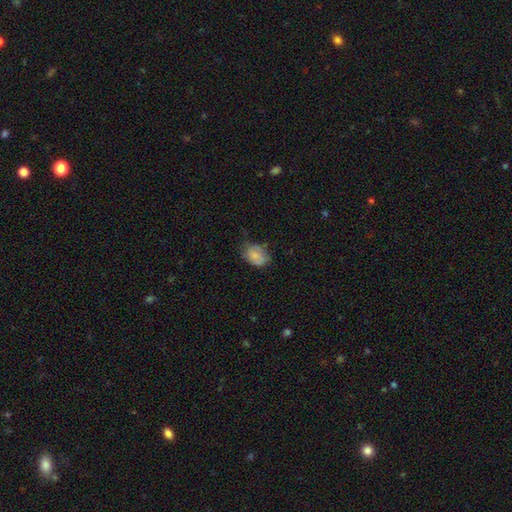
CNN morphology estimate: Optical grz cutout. It shows a smooth galaxy with no disk features (72%) that is in between round and cigar-shaped (72%). Merging: none (53%).